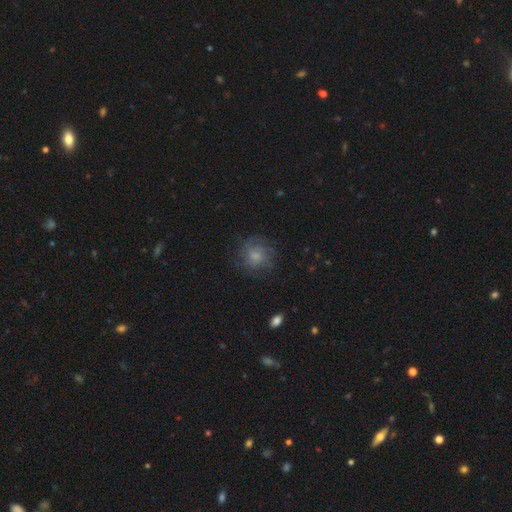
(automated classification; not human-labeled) A smooth galaxy with no disk features (51%) that is round (86%).

Vote fractions:
- Smooth or featured? smooth: 51% / featured or disk: 38% / star or artifact: 11%
- How rounded? round: 86% / in between: 13% / cigar-shaped: 1%
- Merging? none: 73% / minor disturbance: 16% / major disturbance: 10% / merger: 1%